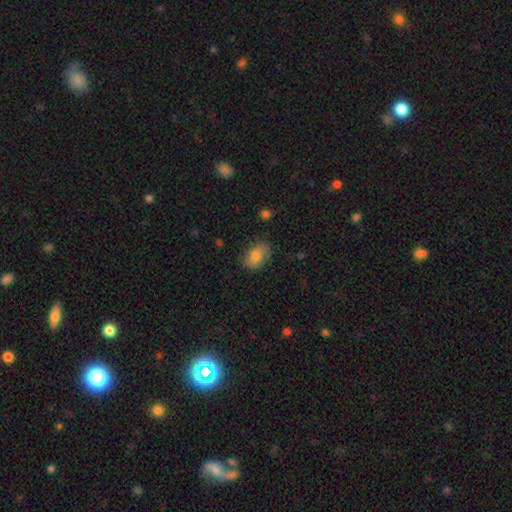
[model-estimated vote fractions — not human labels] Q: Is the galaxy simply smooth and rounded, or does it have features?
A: smooth — 72%.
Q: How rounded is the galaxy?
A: in between — 85%.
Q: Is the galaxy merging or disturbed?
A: none — 73%.